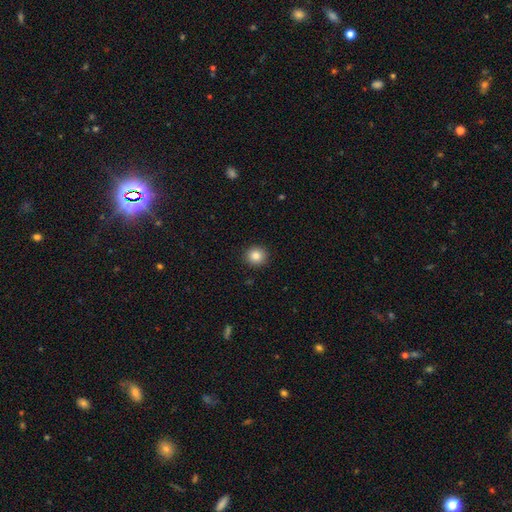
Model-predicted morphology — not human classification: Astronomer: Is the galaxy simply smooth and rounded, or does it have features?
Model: smooth — 84%.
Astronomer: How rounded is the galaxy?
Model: round — 90%.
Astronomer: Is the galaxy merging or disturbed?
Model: none — 92%.